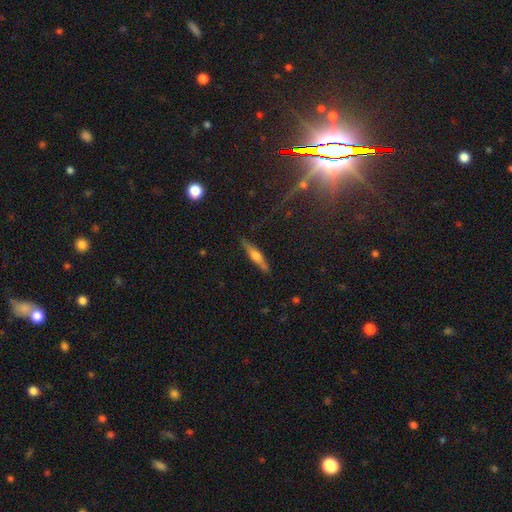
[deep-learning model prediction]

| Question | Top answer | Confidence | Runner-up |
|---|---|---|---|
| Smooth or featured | featured or disk | 55% | smooth (38%) |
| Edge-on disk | yes | 95% | no (5%) |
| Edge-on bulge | rounded | 77% | boxy (16%) |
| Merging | none | 86% | minor disturbance (10%) |